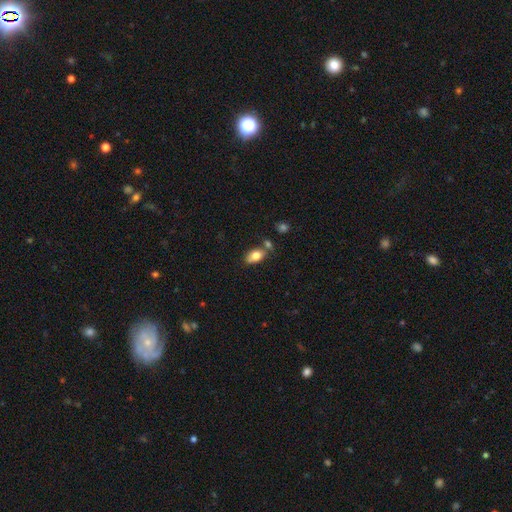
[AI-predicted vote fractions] This is likely a smooth galaxy (78%). How rounded: clearly in between (88%). Merging: likely none (64%).